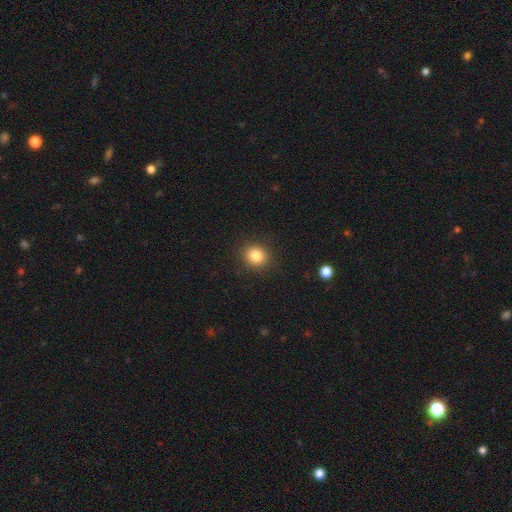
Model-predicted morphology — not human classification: Smooth or featured?
  - smooth: 83% *
  - star or artifact: 11%
  - featured or disk: 6%
How rounded?
  - round: 82% *
  - in between: 17%
  - cigar-shaped: 1%
Merging?
  - none: 90% *
  - minor disturbance: 6%
  - major disturbance: 2%
  - merger: 1%